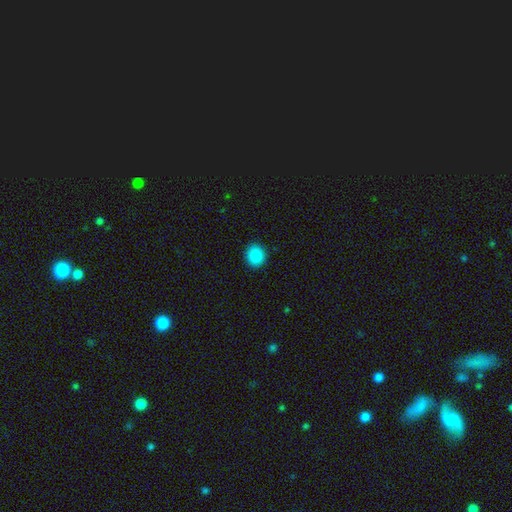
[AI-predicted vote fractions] Smooth or featured? smooth (88%)
How rounded? round (75%)
Merging? none (91%)